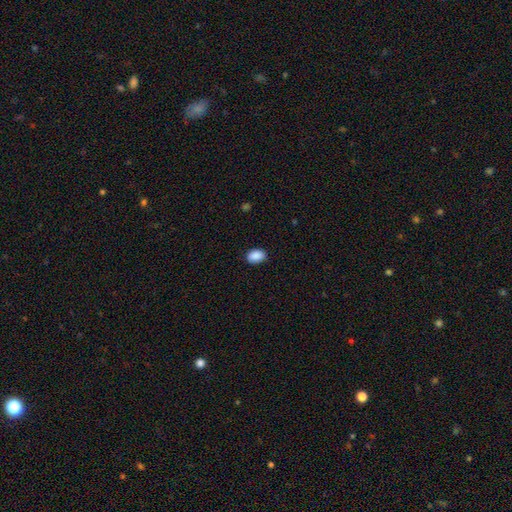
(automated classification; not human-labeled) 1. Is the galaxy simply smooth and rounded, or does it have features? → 90% smooth, 7% star or artifact, 3% featured or disk.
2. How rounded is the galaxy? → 82% in between, 17% round, 1% cigar-shaped.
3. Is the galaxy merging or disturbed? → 85% none, 11% minor disturbance, 2% major disturbance, 1% merger.